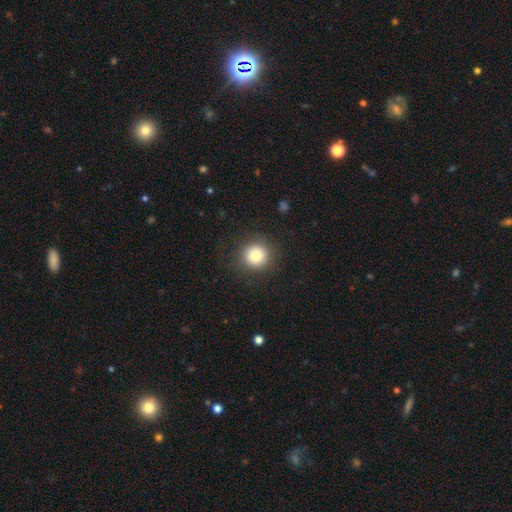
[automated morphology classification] smooth 81%, star or artifact 11%, featured or disk 8%. Down the decision tree: how rounded — round (94%); merging — none (88%).